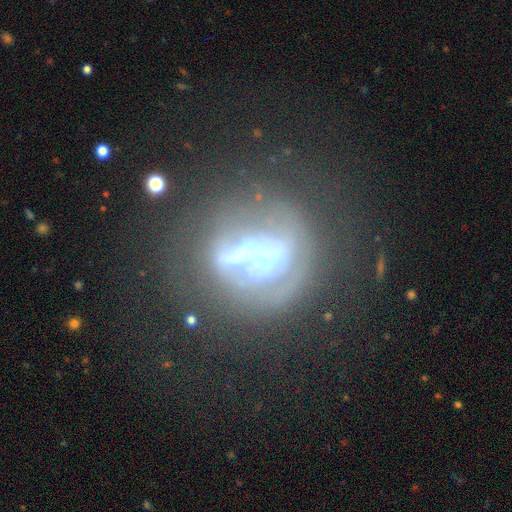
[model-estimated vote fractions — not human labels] This is likely a featured or disk galaxy (64%). It is clearly not viewed edge-on (85%). Bar: marginally no (41%). Spiral arm pattern: likely no (66%). Central bulge: marginally none (27%). Merging: possibly none (46%).